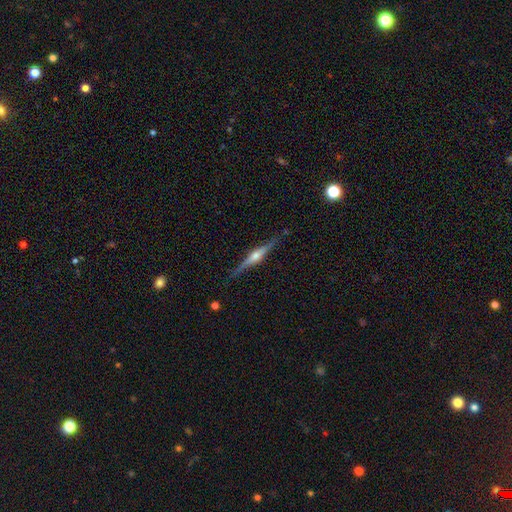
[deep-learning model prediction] smooth_or_featured: featured or disk (p=0.82) [alt: smooth p=0.12]
disk_edge_on: yes (p=0.98) [alt: no p=0.02]
edge_on_bulge: rounded (p=0.88) [alt: boxy p=0.08]
merging: none (p=0.88) [alt: minor disturbance p=0.09]